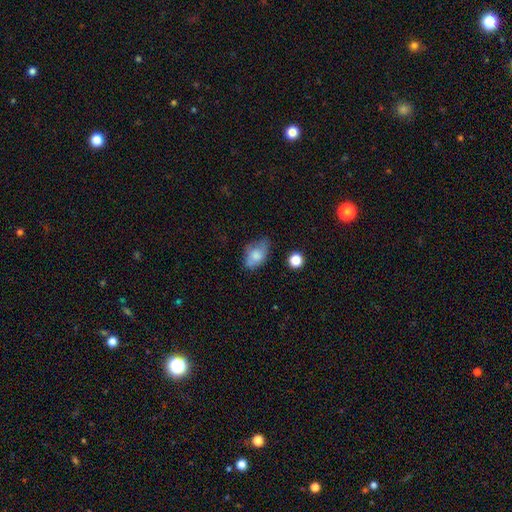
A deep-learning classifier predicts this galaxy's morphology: Smooth or featured? Predicted: smooth (p=0.73). How rounded? Predicted: in between (p=0.86). Merging? Predicted: none (p=0.44).